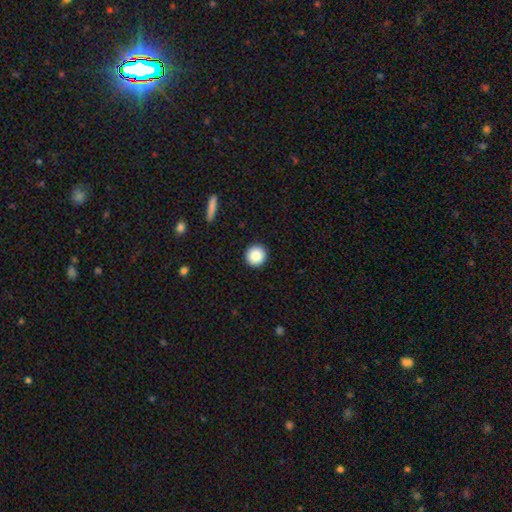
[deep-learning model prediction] Q: Smooth or featured?
A: smooth (86%); runner-up: star or artifact (8%)
Q: How rounded?
A: round (96%); runner-up: in between (3%)
Q: Merging?
A: none (93%); runner-up: minor disturbance (4%)